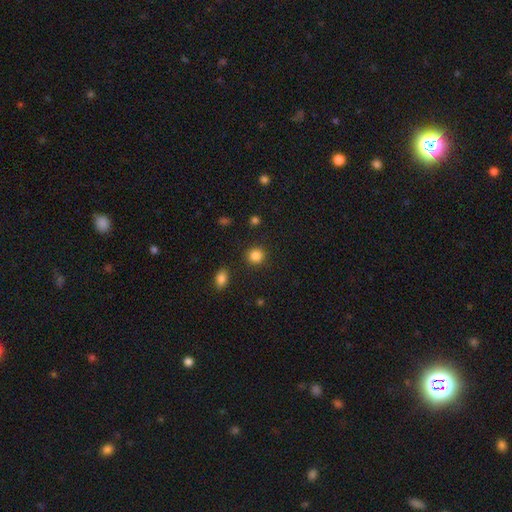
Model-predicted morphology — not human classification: smooth_or_featured: smooth (p=0.86) [alt: star or artifact p=0.11]
how_rounded: round (p=0.88) [alt: in between p=0.11]
merging: none (p=0.89) [alt: minor disturbance p=0.06]